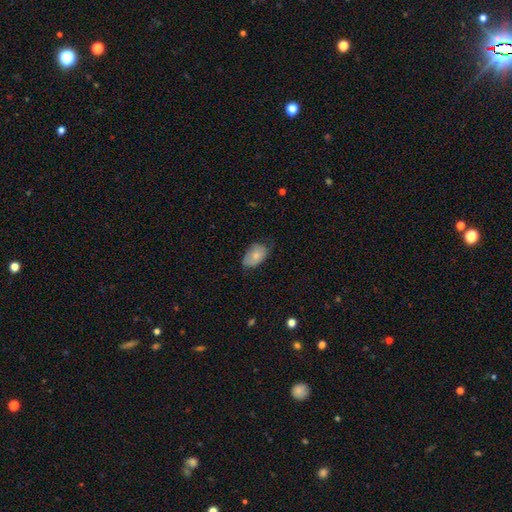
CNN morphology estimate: A smooth galaxy with no disk features (77%) that is in between round and cigar-shaped (91%). Merging: none (56%).